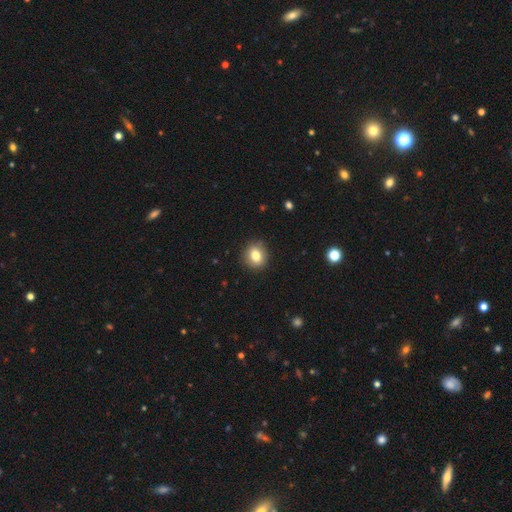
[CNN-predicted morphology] smooth_or_featured: smooth (p=0.80) [alt: star or artifact p=0.10]
how_rounded: round (p=0.72) [alt: in between p=0.27]
merging: none (p=0.88) [alt: minor disturbance p=0.08]